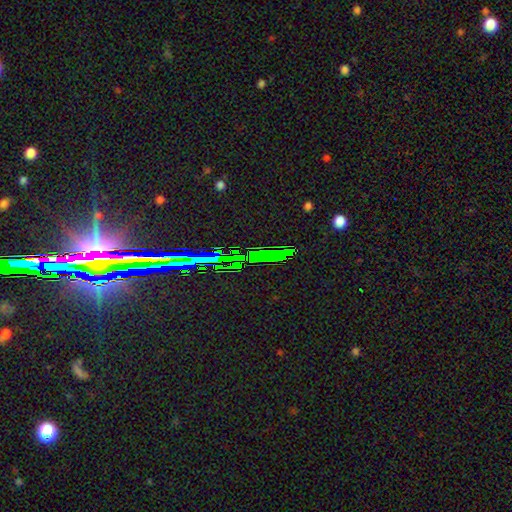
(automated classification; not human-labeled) smooth_or_featured: star or artifact (p=0.80) [alt: featured or disk p=0.12]